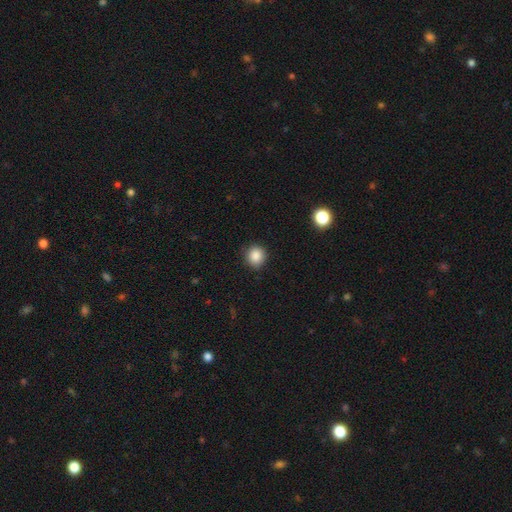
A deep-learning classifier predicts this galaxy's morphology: smooth_or_featured: smooth (p=0.87) [alt: star or artifact p=0.10]
how_rounded: round (p=0.88) [alt: in between p=0.11]
merging: none (p=0.88) [alt: minor disturbance p=0.09]